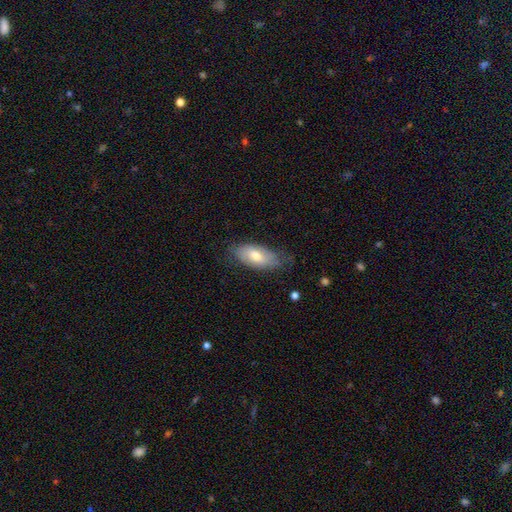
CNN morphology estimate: Smooth or featured: smooth — 67% (featured or disk — 27%)
How rounded: in between — 87% (cigar-shaped — 10%)
Merging: none — 65% (minor disturbance — 27%)